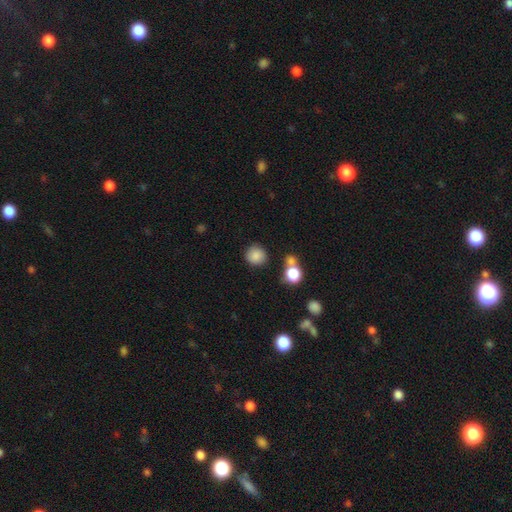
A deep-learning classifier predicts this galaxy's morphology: smooth_or_featured: smooth (p=0.85) [alt: star or artifact p=0.10]
how_rounded: round (p=0.90) [alt: in between p=0.09]
merging: none (p=0.81) [alt: minor disturbance p=0.09]